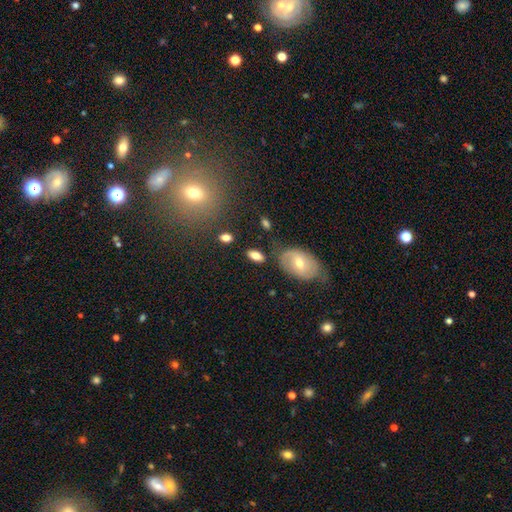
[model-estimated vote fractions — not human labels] smooth 77%, featured or disk 15%, star or artifact 8%. Down the decision tree: how rounded — in between (88%); merging — none (76%).